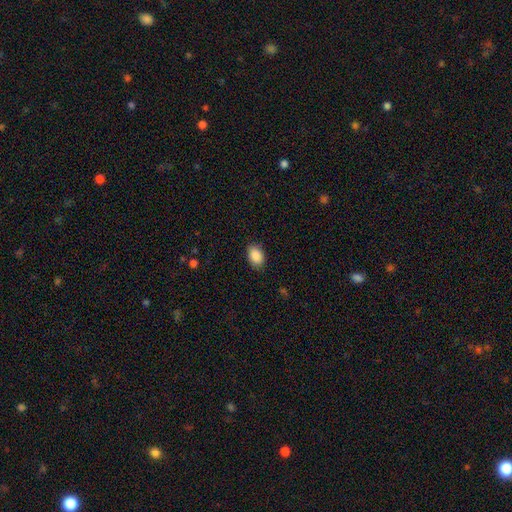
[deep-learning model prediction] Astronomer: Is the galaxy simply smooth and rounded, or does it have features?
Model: smooth — 89%.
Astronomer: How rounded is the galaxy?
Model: in between — 86%.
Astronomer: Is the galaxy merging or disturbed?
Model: none — 84%.